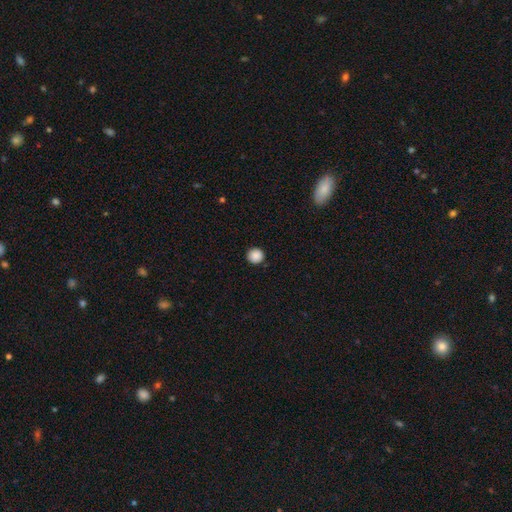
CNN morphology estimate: This appears to be a smooth galaxy with no disk features (88%) that is round (95%). Merging: none (92%).